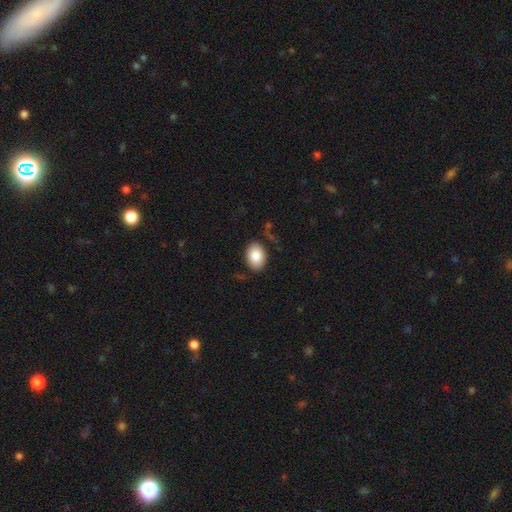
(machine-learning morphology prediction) smooth_or_featured: smooth (p=0.86) [alt: featured or disk p=0.07]
how_rounded: in between (p=0.80) [alt: round p=0.19]
merging: none (p=0.81) [alt: minor disturbance p=0.13]